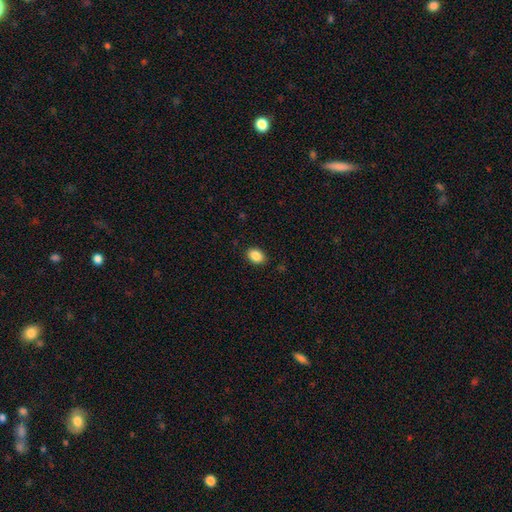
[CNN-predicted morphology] Smooth or featured?
  - smooth: 88% *
  - star or artifact: 8%
  - featured or disk: 4%
How rounded?
  - in between: 81% *
  - round: 18%
  - cigar-shaped: 1%
Merging?
  - none: 88% *
  - minor disturbance: 9%
  - major disturbance: 2%
  - merger: 1%